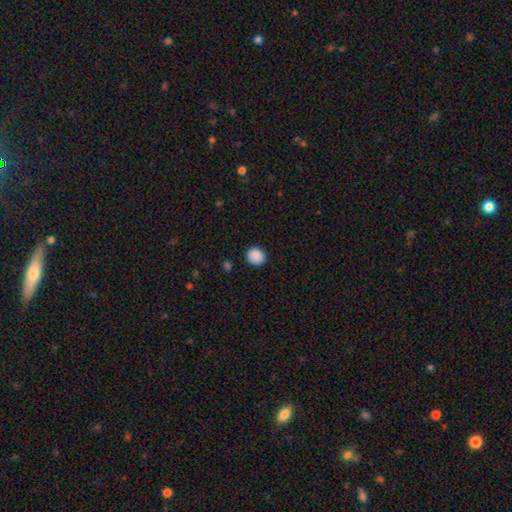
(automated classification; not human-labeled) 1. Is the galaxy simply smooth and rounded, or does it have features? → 88% smooth, 9% star or artifact, 3% featured or disk.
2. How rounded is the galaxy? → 79% round, 20% in between, 1% cigar-shaped.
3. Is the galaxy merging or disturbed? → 88% none, 8% minor disturbance, 2% major disturbance, 1% merger.